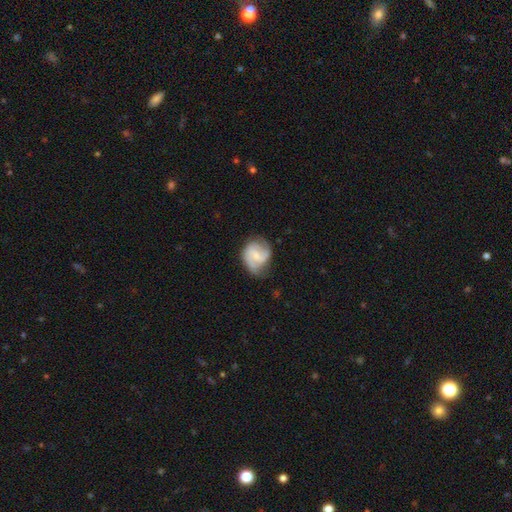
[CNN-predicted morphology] type=featured or disk (67%); edge-on=no (98%); bar=weak (49%); spiral arms=yes (92%); winding=medium (48%); arm count=2 (73%); bulge=small (49%); merging=none (58%).